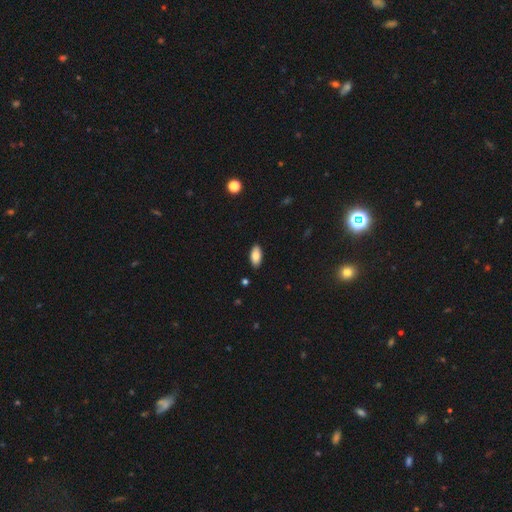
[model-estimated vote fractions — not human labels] The model was most divided on "smooth or featured": smooth: 85%, featured or disk: 8%, star or artifact: 7%. More confident: how rounded — in between (91%); merging — none (89%).